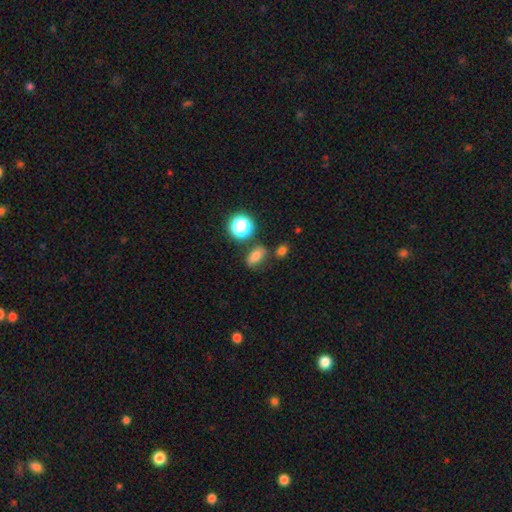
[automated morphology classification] type=smooth (69%); roundness=in between (74%); merging=none (72%).